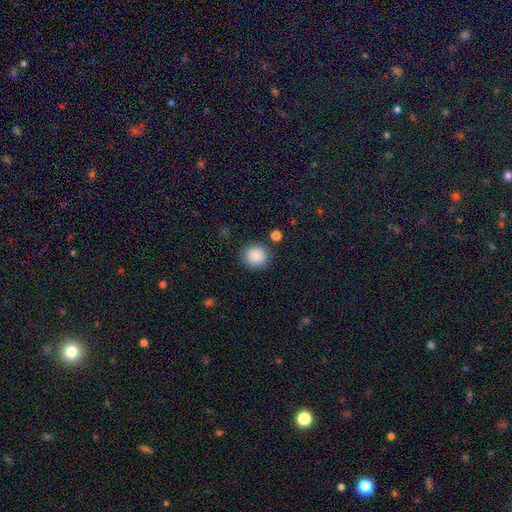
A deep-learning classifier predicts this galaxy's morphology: This is clearly a smooth galaxy (88%). How rounded: clearly round (93%). Merging: clearly none (88%).